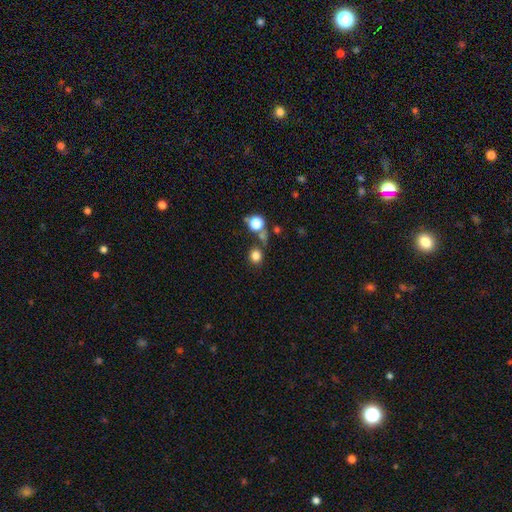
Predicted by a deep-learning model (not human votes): Smooth or featured: smooth — 80% (star or artifact — 15%)
How rounded: round — 85% (in between — 14%)
Merging: none — 71% (merger — 14%)